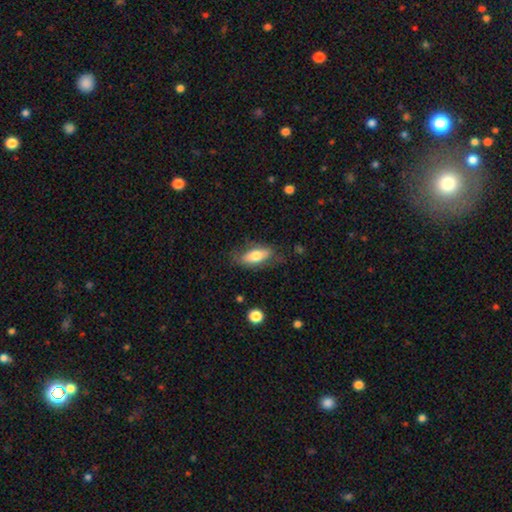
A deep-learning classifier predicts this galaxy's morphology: A smooth galaxy with no disk features (67%) that is in between round and cigar-shaped (78%). Merging: none (71%).